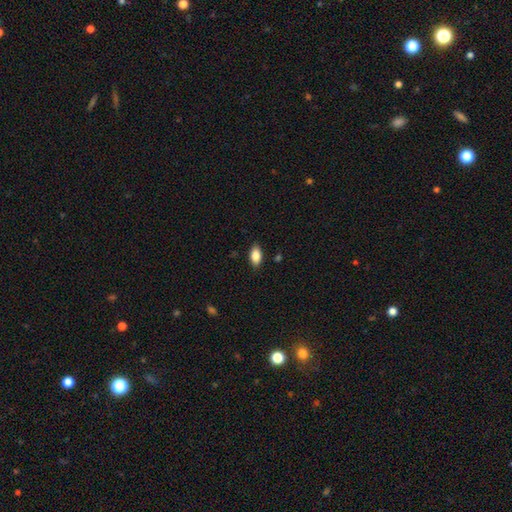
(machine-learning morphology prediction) The model was most divided on "merging": none: 86%, minor disturbance: 10%, major disturbance: 2%, merger: 1%. More confident: how rounded — in between (91%); smooth or featured — smooth (86%).